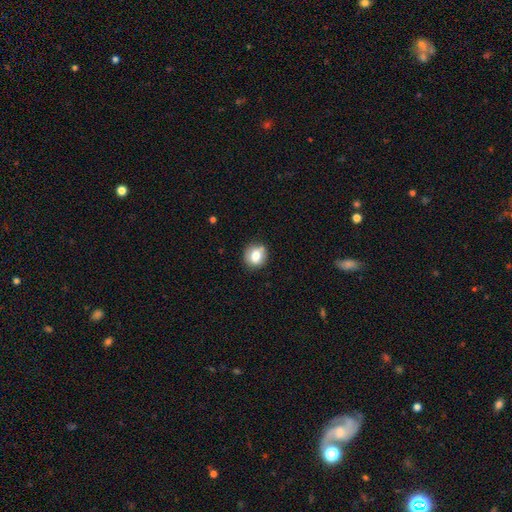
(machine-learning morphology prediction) Smooth or featured?
  - smooth: 77% *
  - featured or disk: 14%
  - star or artifact: 10%
How rounded?
  - round: 82% *
  - in between: 17%
  - cigar-shaped: 1%
Merging?
  - none: 80% *
  - minor disturbance: 13%
  - merger: 4%
  - major disturbance: 3%